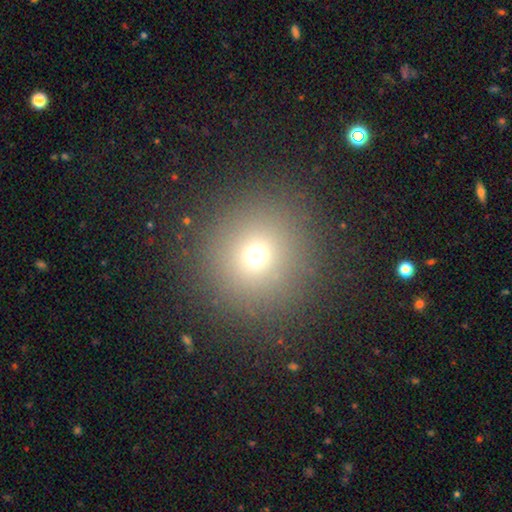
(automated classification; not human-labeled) smooth 68%, star or artifact 22%, featured or disk 9%. Down the decision tree: how rounded — round (94%); merging — none (90%).